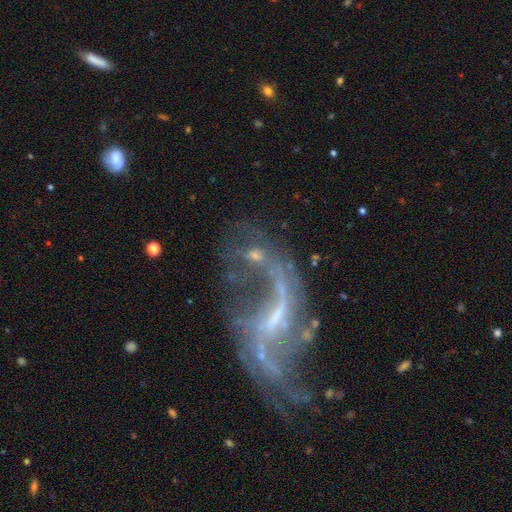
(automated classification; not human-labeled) featured or disk 67%, star or artifact 17%, smooth 15%. Down the decision tree: edge-on disk — no (93%); bar — no (39%); spiral arms — yes (52%); bulge size — none (48%); merging — major disturbance (37%).